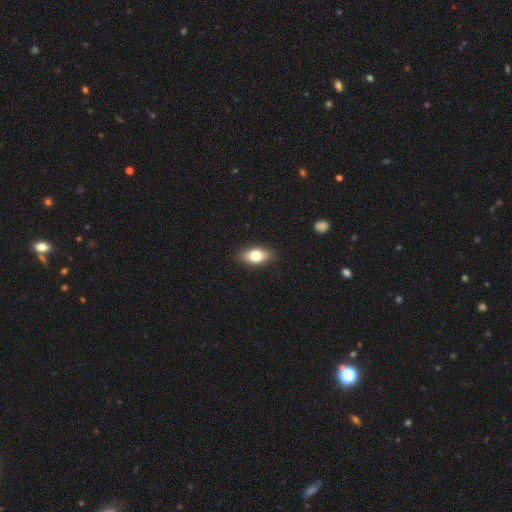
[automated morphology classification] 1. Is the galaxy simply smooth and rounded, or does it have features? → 71% smooth, 21% featured or disk, 8% star or artifact.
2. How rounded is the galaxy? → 82% in between, 12% round, 7% cigar-shaped.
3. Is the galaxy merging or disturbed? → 87% none, 10% minor disturbance, 2% major disturbance, 1% merger.